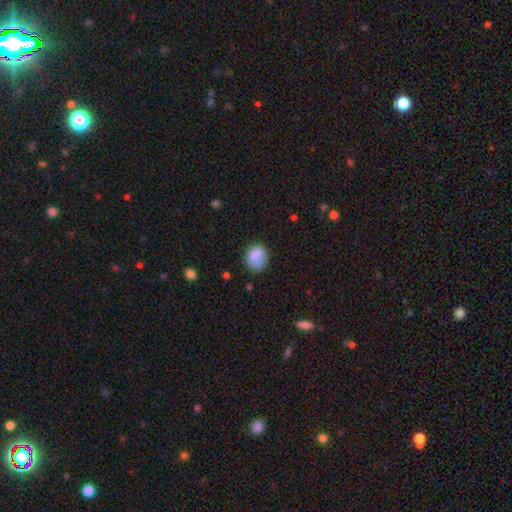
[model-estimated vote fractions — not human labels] This appears to be a smooth galaxy with no disk features (82%) that is round (51%). Merging: none (65%).